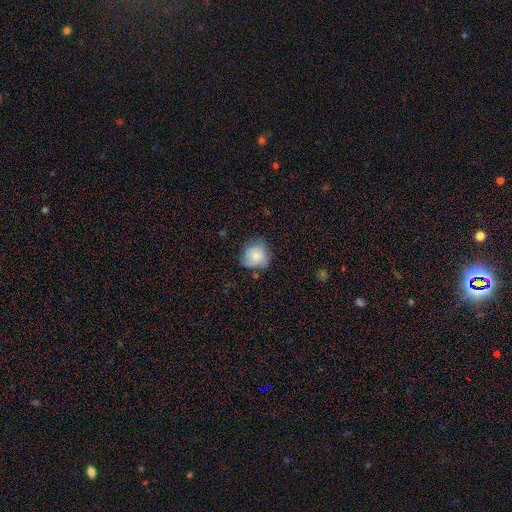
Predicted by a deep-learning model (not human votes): Smooth or featured?
  - smooth: 76% *
  - featured or disk: 16%
  - star or artifact: 8%
How rounded?
  - round: 81% *
  - in between: 18%
  - cigar-shaped: 1%
Merging?
  - none: 61% *
  - minor disturbance: 29%
  - major disturbance: 7%
  - merger: 3%